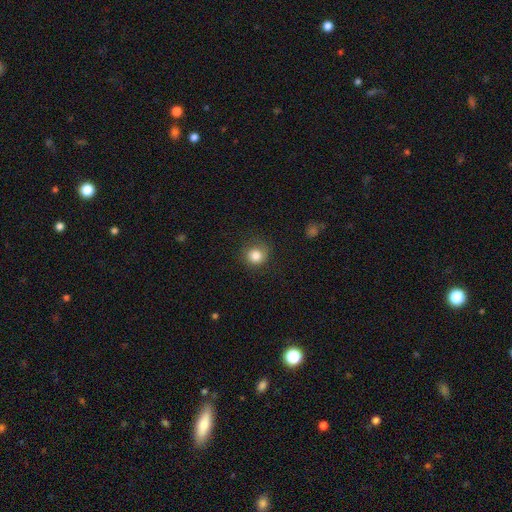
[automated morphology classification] smooth-or-featured: smooth: 83% | star or artifact: 10% | featured or disk: 7%
  how-rounded: round: 89% | in between: 10% | cigar-shaped: 1%
  merging: none: 75% | minor disturbance: 17% | major disturbance: 7% | merger: 1%